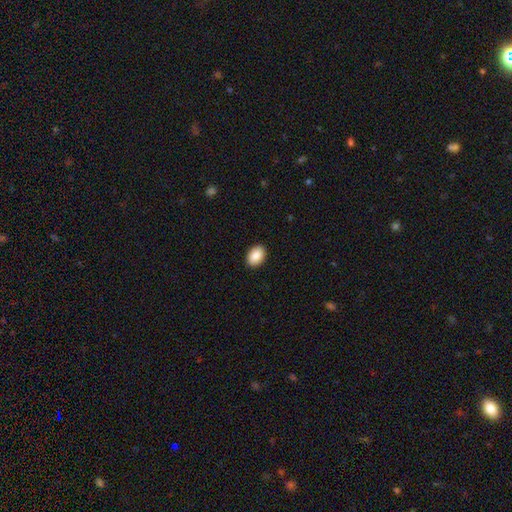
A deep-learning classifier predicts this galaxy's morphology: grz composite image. It shows a smooth galaxy with no disk features (89%) that is in between round and cigar-shaped (84%). Merging: none (91%).